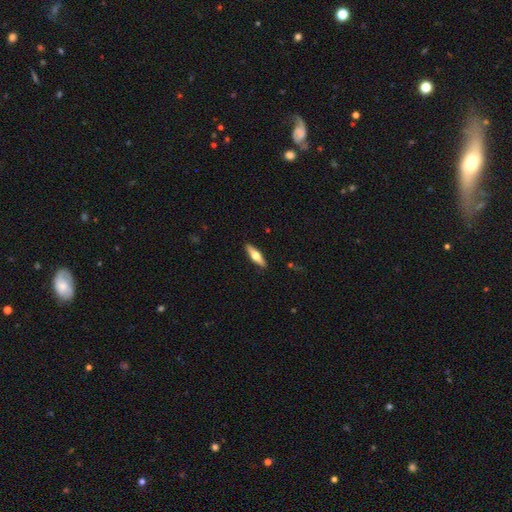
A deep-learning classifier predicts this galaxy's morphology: Smooth or featured?
  - featured or disk: 53% *
  - smooth: 42%
  - star or artifact: 5%
Edge-on disk?
  - yes: 93% *
  - no: 7%
Merging?
  - none: 90% *
  - minor disturbance: 7%
  - major disturbance: 2%
  - merger: 1%